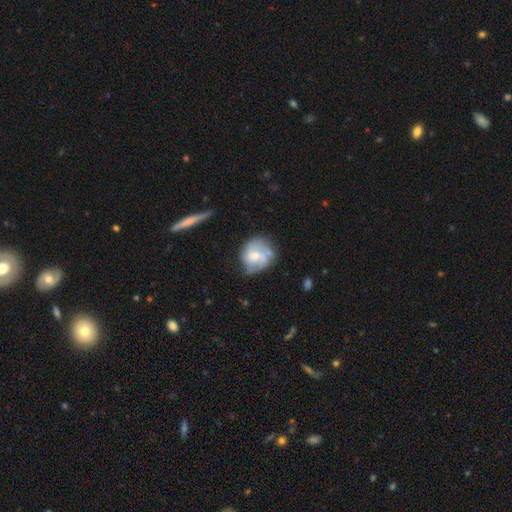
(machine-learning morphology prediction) type=featured or disk (60%); edge-on=no (97%); bar=no (62%); spiral arms=yes (76%); bulge=moderate (48%); merging=none (55%).